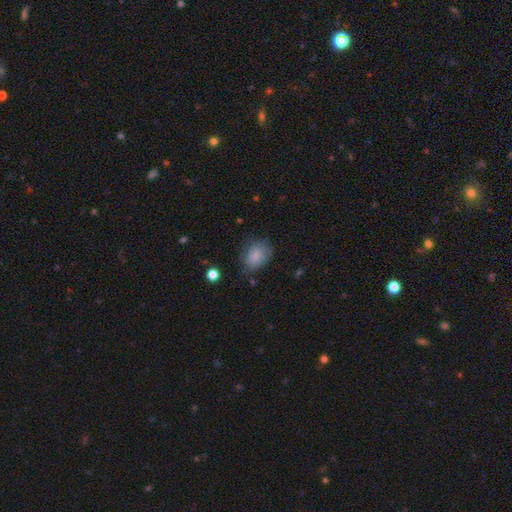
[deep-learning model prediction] A smooth galaxy with no disk features (82%) that is in between round and cigar-shaped (65%).

Vote fractions:
- Smooth or featured? smooth: 82% / featured or disk: 10% / star or artifact: 8%
- How rounded? in between: 65% / round: 34% / cigar-shaped: 1%
- Merging? none: 65% / minor disturbance: 25% / major disturbance: 8% / merger: 2%